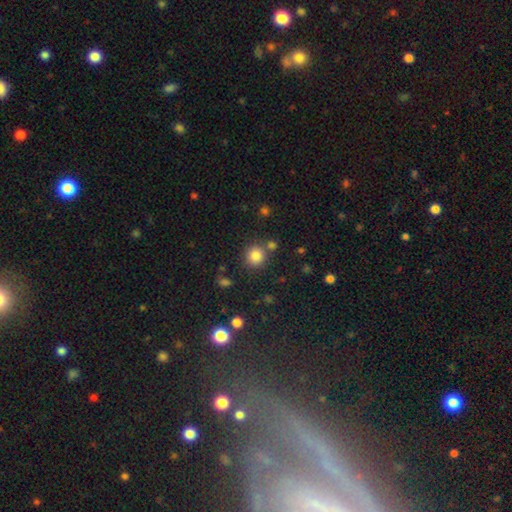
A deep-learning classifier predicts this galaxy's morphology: Smooth or featured? smooth (83%)
How rounded? round (89%)
Merging? none (76%)